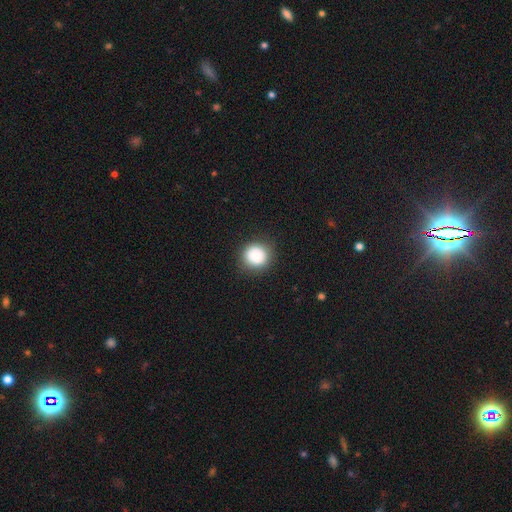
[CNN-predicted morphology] smooth-or-featured: smooth: 87% | star or artifact: 9% | featured or disk: 4%
  how-rounded: round: 89% | in between: 10% | cigar-shaped: 1%
  merging: none: 87% | minor disturbance: 9% | major disturbance: 3% | merger: 1%